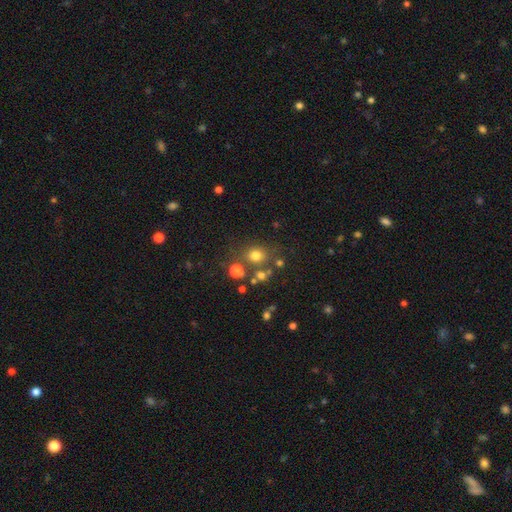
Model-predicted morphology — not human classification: type=smooth (72%); roundness=round (75%); merging=none (68%).